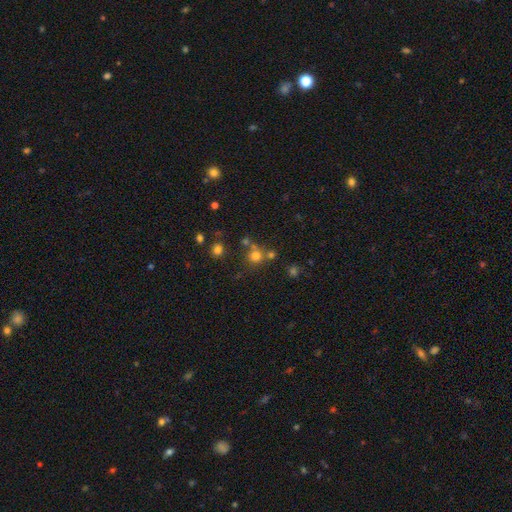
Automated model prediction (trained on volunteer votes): A smooth galaxy with no disk features (71%) that is round (90%). Merging: none (65%).